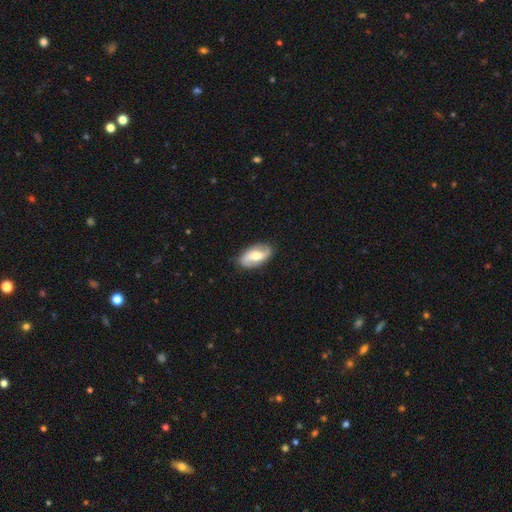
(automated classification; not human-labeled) featured or disk 67%, smooth 28%, star or artifact 5%. Down the decision tree: edge-on disk — no (93%); bar — no (39%); spiral arms — yes (85%); spiral arm count — 2 (90%); spiral winding — loose (50%); bulge size — moderate (70%); merging — none (85%).